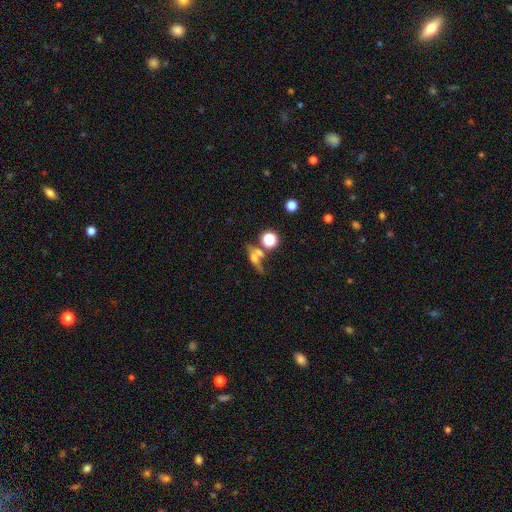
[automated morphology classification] Smooth or featured? smooth (43%)
Merging? none (51%)